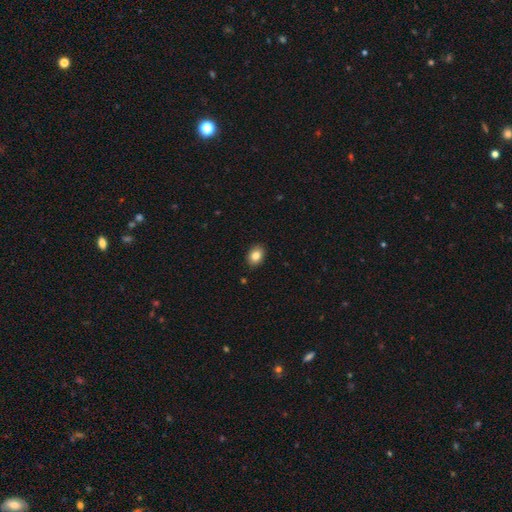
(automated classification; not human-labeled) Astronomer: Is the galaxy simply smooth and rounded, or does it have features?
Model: smooth — 84%.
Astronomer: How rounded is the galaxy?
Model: in between — 71%.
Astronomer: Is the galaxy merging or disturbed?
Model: none — 89%.